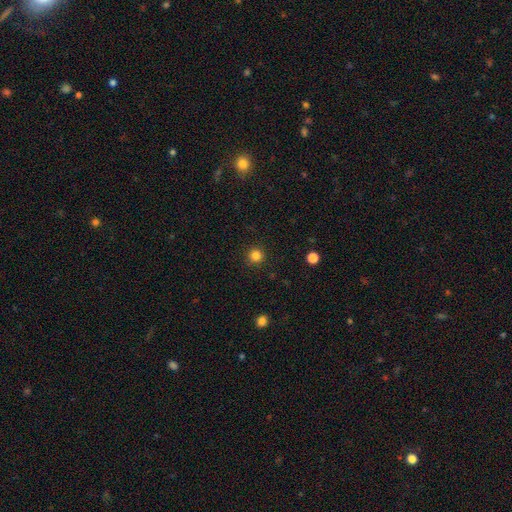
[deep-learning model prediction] A smooth galaxy with no disk features (83%) that is round (95%).

Vote fractions:
- Smooth or featured? smooth: 83% / star or artifact: 13% / featured or disk: 4%
- How rounded? round: 95% / in between: 4% / cigar-shaped: 1%
- Merging? none: 92% / minor disturbance: 5% / major disturbance: 2% / merger: 1%